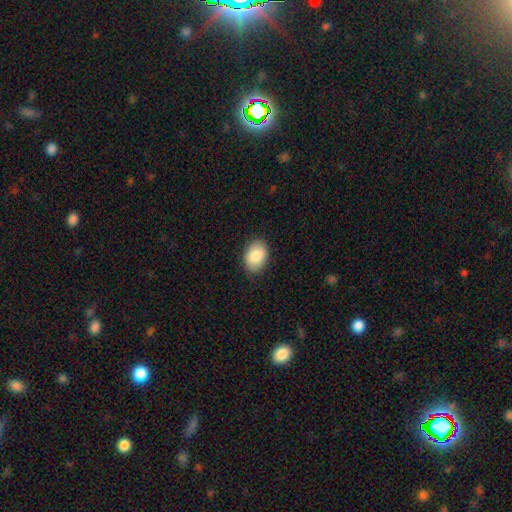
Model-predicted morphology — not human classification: Overall: smooth (87%). How rounded: in between (84%). Merging: none (87%).